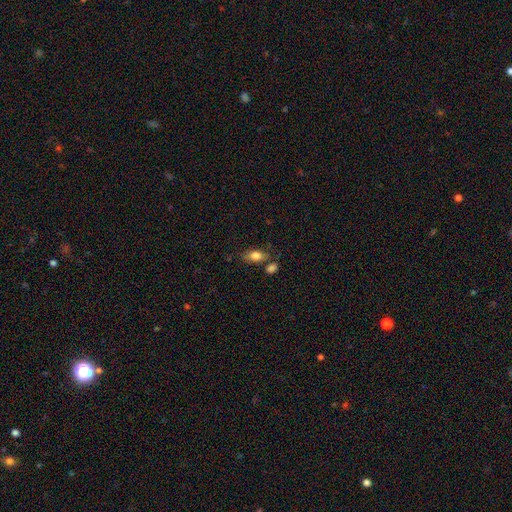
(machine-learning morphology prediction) The model was most divided on "merging": none: 66%, minor disturbance: 16%, merger: 13%, major disturbance: 5%. More confident: how rounded — in between (85%); smooth or featured — smooth (79%).